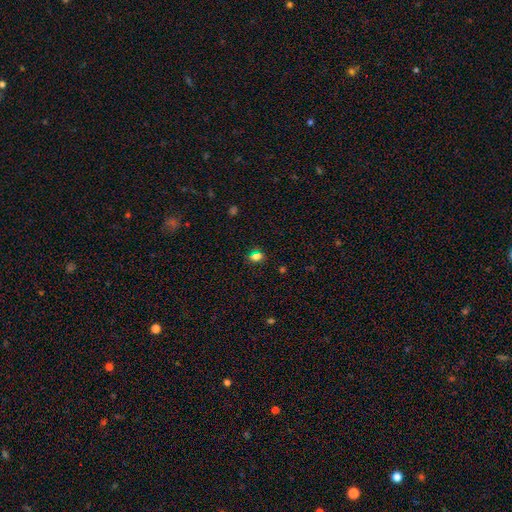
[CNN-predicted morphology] smooth 75%, star or artifact 19%, featured or disk 6%. Down the decision tree: how rounded — in between (55%); merging — none (86%).